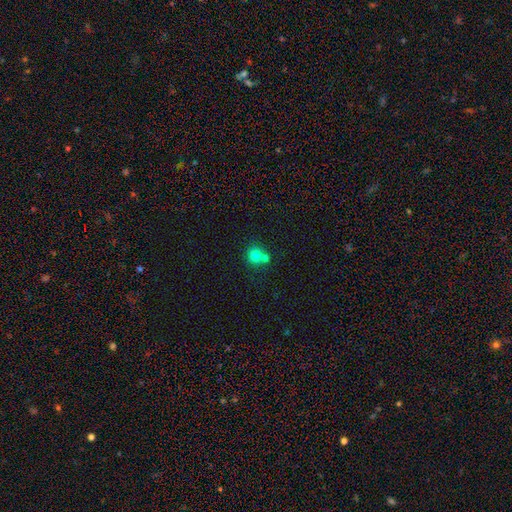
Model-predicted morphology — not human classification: smooth_or_featured: smooth (p=0.78) [alt: star or artifact p=0.12]
how_rounded: round (p=0.87) [alt: in between p=0.12]
merging: none (p=0.48) [alt: merger p=0.41]